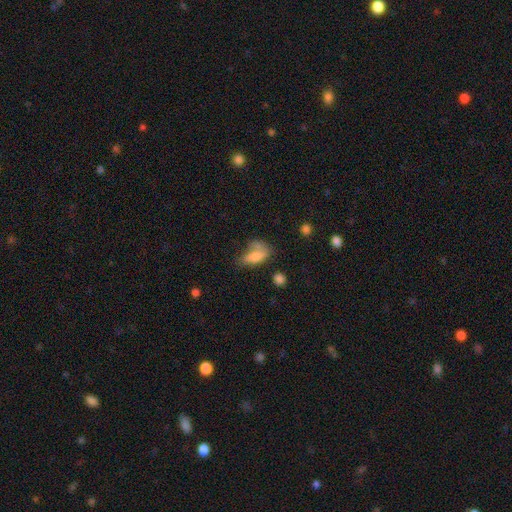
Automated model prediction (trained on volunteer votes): Smooth or featured: smooth — 74% (featured or disk — 16%)
How rounded: in between — 80% (cigar-shaped — 14%)
Merging: none — 32% (minor disturbance — 26%)